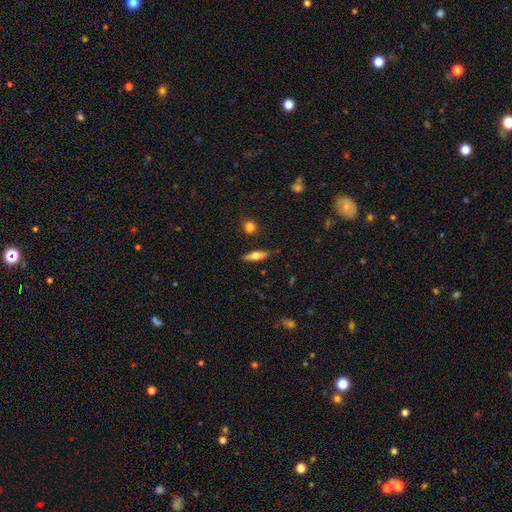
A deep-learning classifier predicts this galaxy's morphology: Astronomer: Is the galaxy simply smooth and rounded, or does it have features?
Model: smooth — 48% (runner-up: featured or disk, 45%).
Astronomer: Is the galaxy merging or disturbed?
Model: none — 84%.